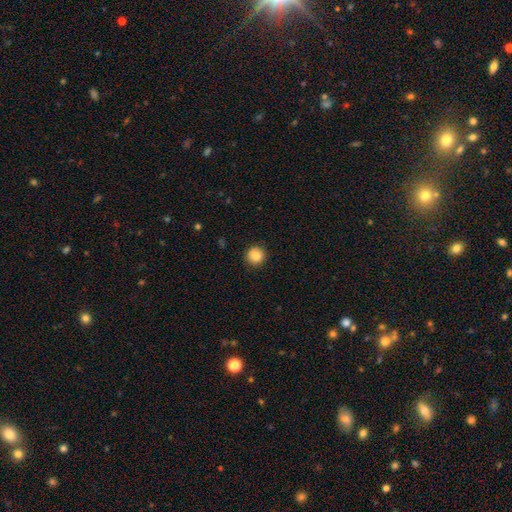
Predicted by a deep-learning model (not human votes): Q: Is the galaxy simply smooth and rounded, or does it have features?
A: smooth — 83%.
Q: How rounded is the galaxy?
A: round — 94%.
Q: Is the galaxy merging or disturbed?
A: none — 89%.